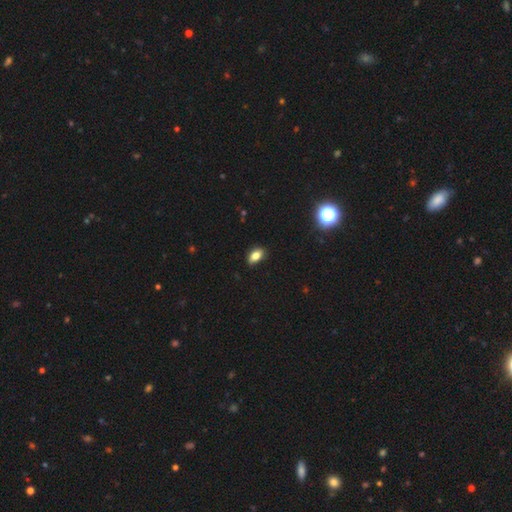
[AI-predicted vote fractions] The model was most divided on "merging": none: 81%, minor disturbance: 15%, major disturbance: 3%, merger: 1%. More confident: how rounded — in between (87%); smooth or featured — smooth (80%).